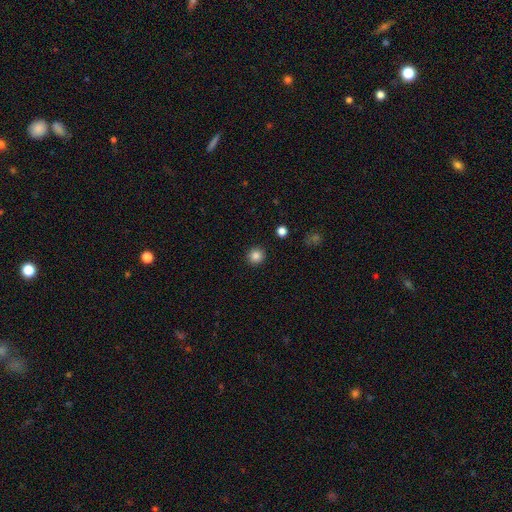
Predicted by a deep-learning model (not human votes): smooth 85%, star or artifact 11%, featured or disk 4%. Down the decision tree: how rounded — round (94%); merging — none (92%).